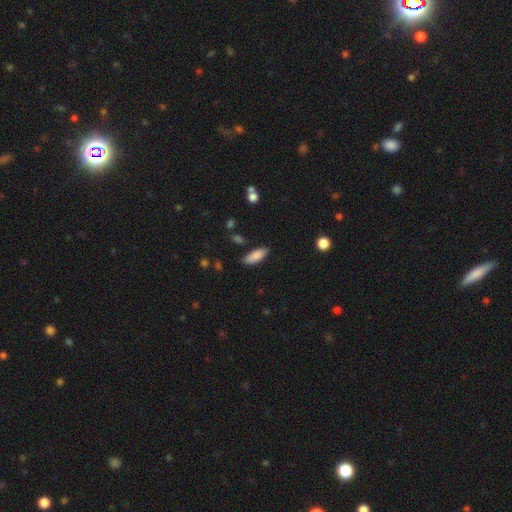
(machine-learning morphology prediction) Smooth or featured? smooth (87%)
How rounded? in between (72%)
Merging? none (80%)